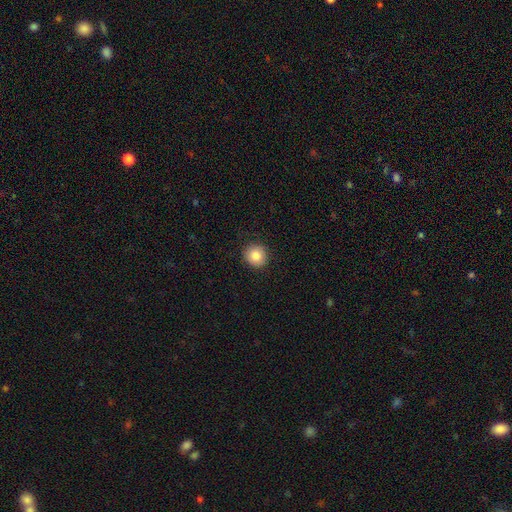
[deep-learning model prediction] Smooth or featured? Predicted: smooth (p=0.84). How rounded? Predicted: round (p=0.93). Merging? Predicted: none (p=0.91).